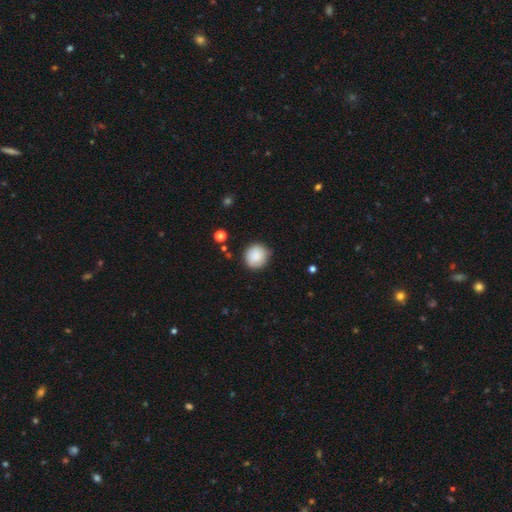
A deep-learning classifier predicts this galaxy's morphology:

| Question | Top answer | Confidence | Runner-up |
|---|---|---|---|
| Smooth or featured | smooth | 88% | star or artifact (8%) |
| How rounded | round | 90% | in between (9%) |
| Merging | none | 84% | minor disturbance (12%) |